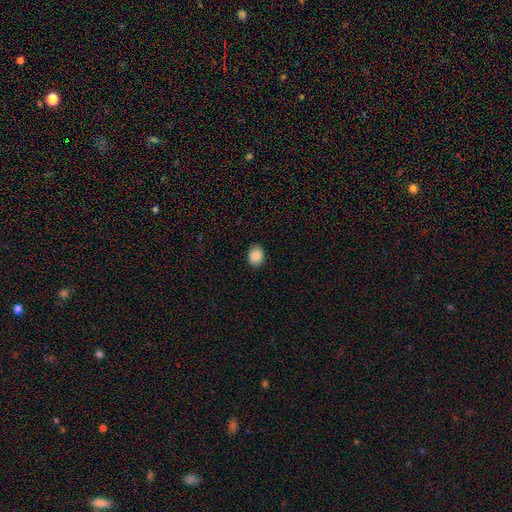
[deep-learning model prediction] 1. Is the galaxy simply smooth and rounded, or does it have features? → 87% smooth, 8% star or artifact, 4% featured or disk.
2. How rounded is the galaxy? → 58% in between, 41% round, 1% cigar-shaped.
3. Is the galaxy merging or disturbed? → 88% none, 9% minor disturbance, 2% major disturbance, 1% merger.